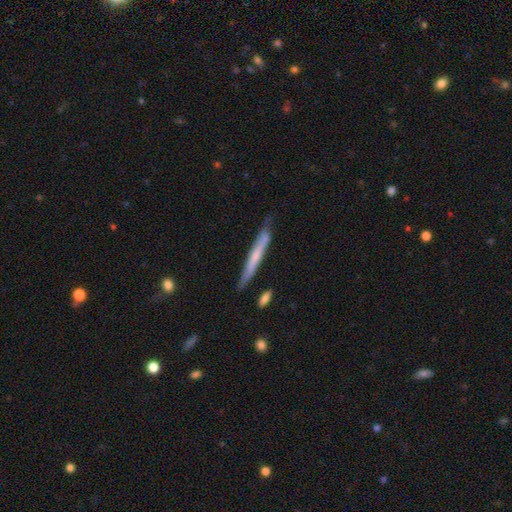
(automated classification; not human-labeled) smooth-or-featured: smooth: 49% | featured or disk: 45% | star or artifact: 6%
  merging: none: 74% | minor disturbance: 20% | major disturbance: 4% | merger: 3%